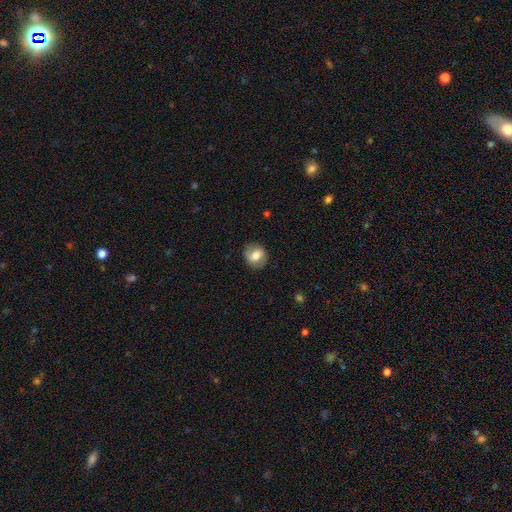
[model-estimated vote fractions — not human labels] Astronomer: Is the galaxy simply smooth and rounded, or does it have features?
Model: smooth — 60%.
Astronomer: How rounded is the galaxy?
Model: round — 72%.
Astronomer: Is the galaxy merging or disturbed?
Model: none — 81%.